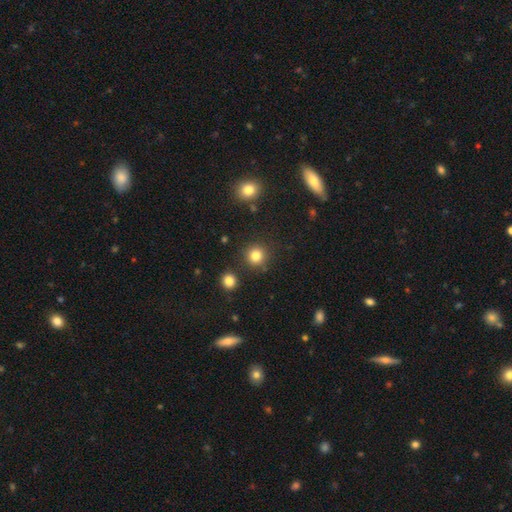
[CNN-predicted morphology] smooth-or-featured: smooth: 82% | star or artifact: 12% | featured or disk: 5%
  how-rounded: round: 92% | in between: 7% | cigar-shaped: 1%
  merging: none: 87% | minor disturbance: 7% | merger: 3% | major disturbance: 3%